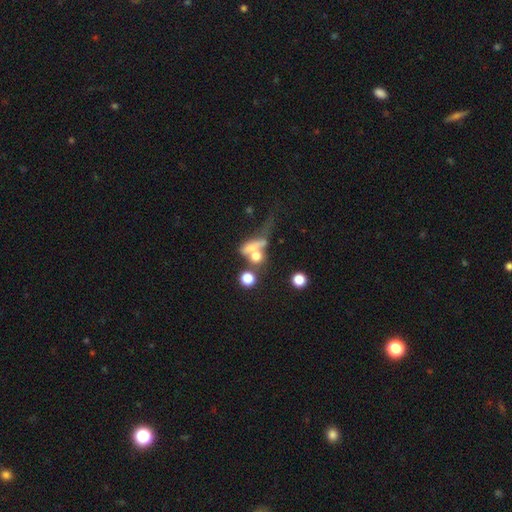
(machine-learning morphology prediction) Smooth or featured?
  - smooth: 56% *
  - featured or disk: 29%
  - star or artifact: 15%
How rounded?
  - round: 43% *
  - in between: 39%
  - cigar-shaped: 18%
Merging?
  - merger: 48% *
  - none: 24%
  - major disturbance: 17%
  - minor disturbance: 11%